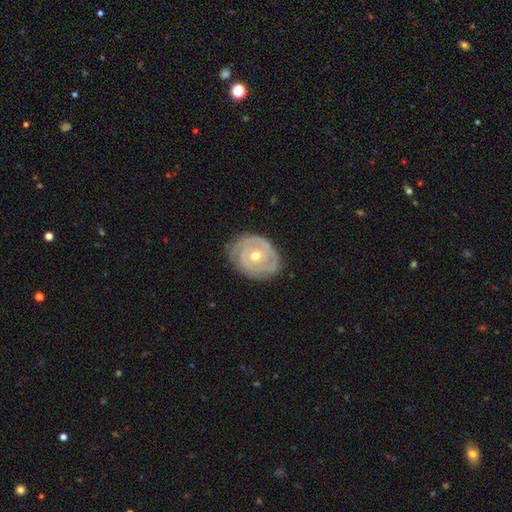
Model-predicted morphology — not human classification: Smooth or featured? featured or disk (83%)
Edge-on disk? no (96%)
Bar? no (74%)
Spiral arms? yes (89%)
Spiral winding? tight (78%)
Spiral arm count? can't tell (35%)
Bulge size? moderate (66%)
Merging? none (75%)